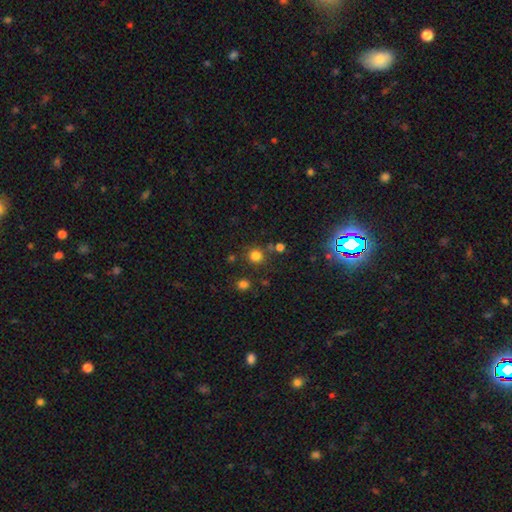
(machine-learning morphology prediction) The model was most divided on "smooth or featured": smooth: 78%, star or artifact: 16%, featured or disk: 6%. More confident: how rounded — round (91%); merging — none (79%).